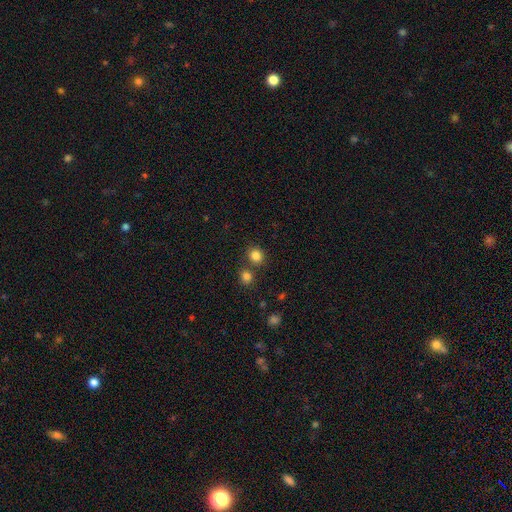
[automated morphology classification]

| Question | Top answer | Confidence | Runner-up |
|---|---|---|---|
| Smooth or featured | smooth | 83% | star or artifact (12%) |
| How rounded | round | 81% | in between (18%) |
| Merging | none | 72% | merger (17%) |